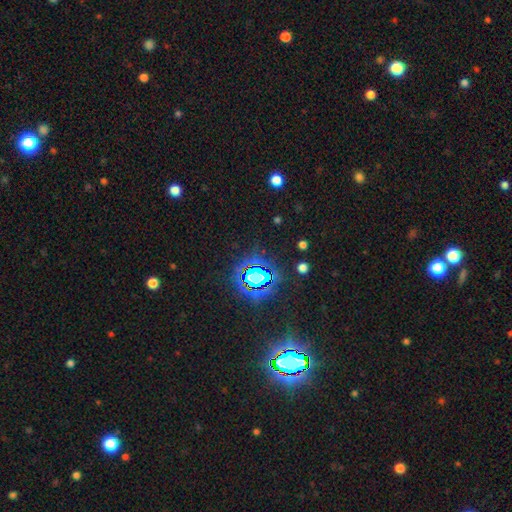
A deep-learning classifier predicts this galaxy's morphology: Smooth or featured? Predicted: star or artifact (p=0.83).